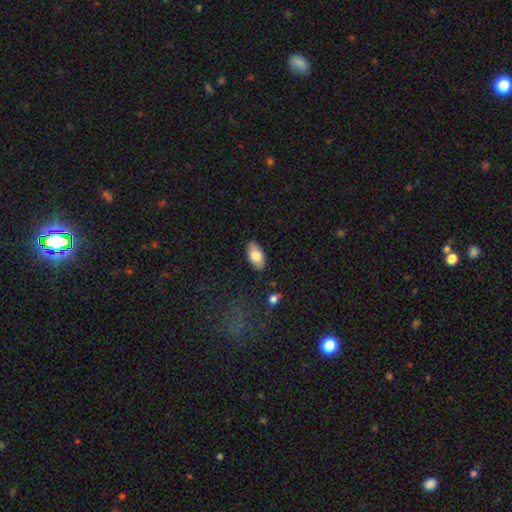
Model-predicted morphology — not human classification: Smooth or featured: smooth — 79% (featured or disk — 14%)
How rounded: in between — 94% (cigar-shaped — 3%)
Merging: none — 86% (minor disturbance — 11%)